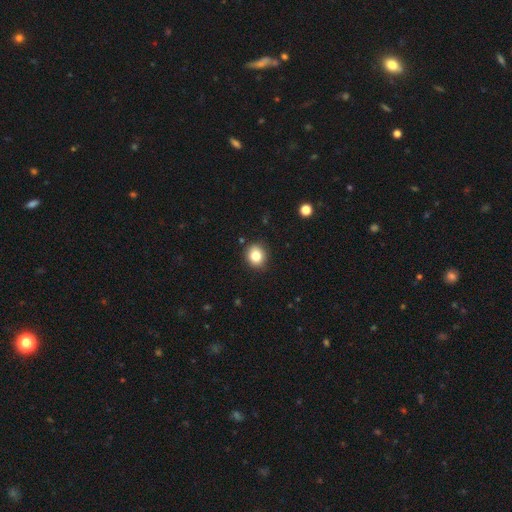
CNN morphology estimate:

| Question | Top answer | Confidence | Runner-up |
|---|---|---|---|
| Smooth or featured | smooth | 82% | star or artifact (11%) |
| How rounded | round | 78% | in between (21%) |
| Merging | none | 89% | minor disturbance (8%) |